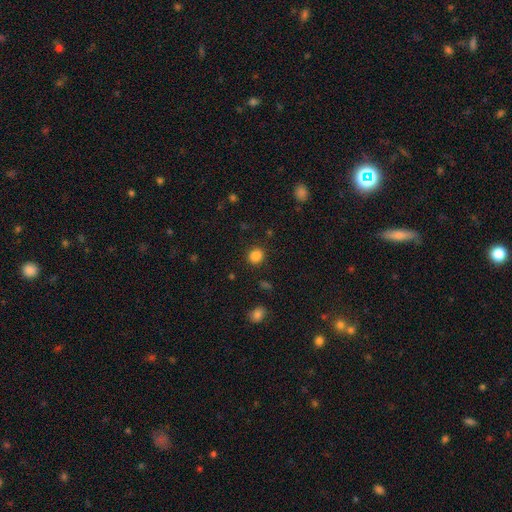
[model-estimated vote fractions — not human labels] Smooth or featured?
  - smooth: 85% *
  - star or artifact: 11%
  - featured or disk: 3%
How rounded?
  - round: 82% *
  - in between: 17%
  - cigar-shaped: 1%
Merging?
  - none: 89% *
  - minor disturbance: 7%
  - major disturbance: 3%
  - merger: 2%